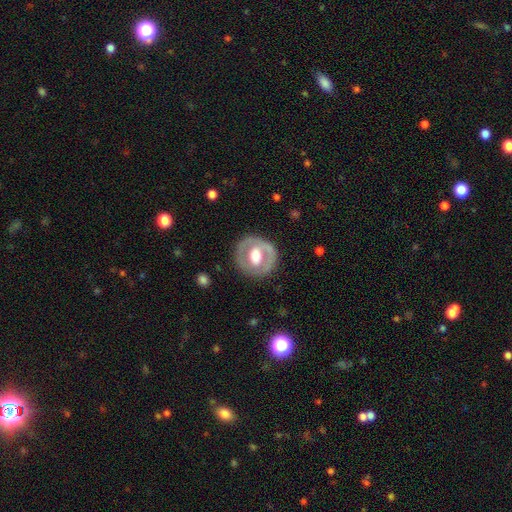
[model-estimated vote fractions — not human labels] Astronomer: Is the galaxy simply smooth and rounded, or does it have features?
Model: featured or disk — 59% (runner-up: smooth, 36%).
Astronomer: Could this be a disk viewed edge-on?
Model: no — 95%.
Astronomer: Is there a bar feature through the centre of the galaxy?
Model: no — 53% (runner-up: weak, 32%).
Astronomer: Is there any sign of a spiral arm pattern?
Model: no — 76%.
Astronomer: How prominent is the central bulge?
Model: moderate — 54% (runner-up: large, 38%).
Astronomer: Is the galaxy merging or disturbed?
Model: none — 80%.